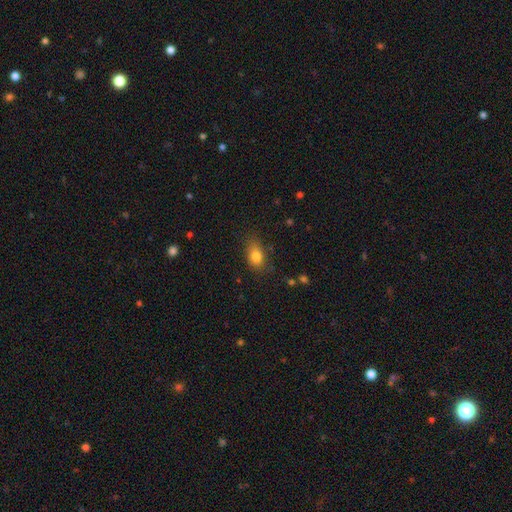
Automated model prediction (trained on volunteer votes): Overall: smooth (81%). How rounded: in between (74%). Merging: none (71%).